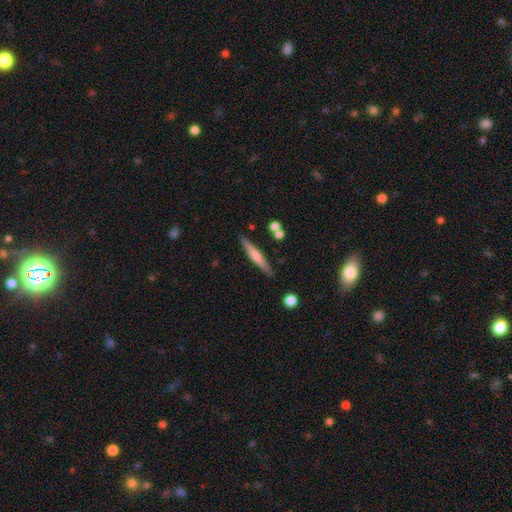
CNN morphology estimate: Smooth or featured? smooth (48%)
Merging? none (86%)